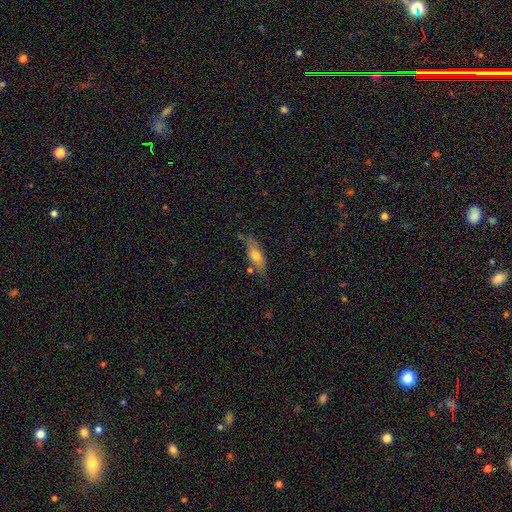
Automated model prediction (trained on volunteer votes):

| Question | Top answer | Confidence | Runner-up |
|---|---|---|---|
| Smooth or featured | smooth | 59% | featured or disk (34%) |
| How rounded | in between | 58% | cigar-shaped (39%) |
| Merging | none | 66% | minor disturbance (21%) |